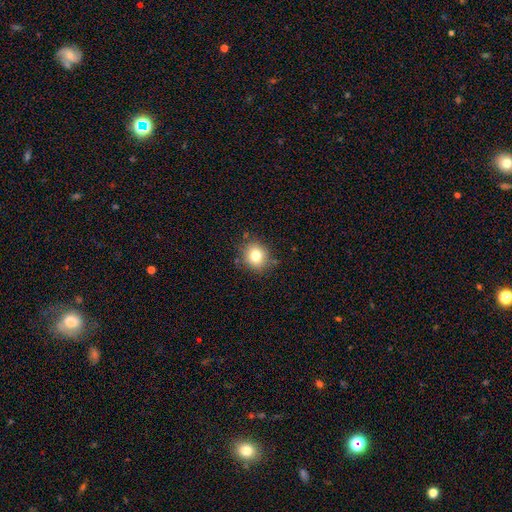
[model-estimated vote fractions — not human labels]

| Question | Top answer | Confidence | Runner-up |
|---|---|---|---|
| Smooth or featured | smooth | 79% | star or artifact (12%) |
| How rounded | round | 77% | in between (22%) |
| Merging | none | 83% | minor disturbance (11%) |